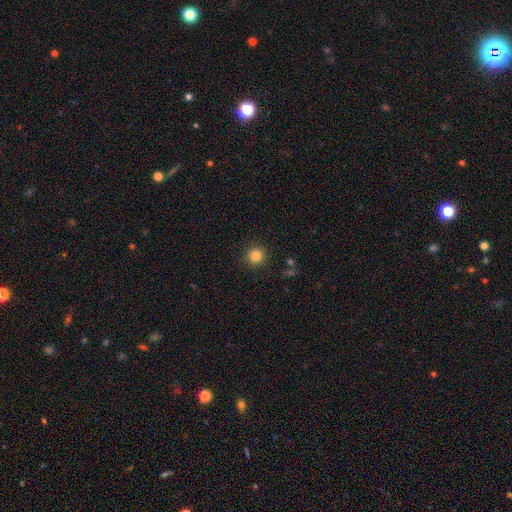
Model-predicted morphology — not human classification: smooth_or_featured: smooth (p=0.84) [alt: star or artifact p=0.11]
how_rounded: round (p=0.93) [alt: in between p=0.06]
merging: none (p=0.90) [alt: minor disturbance p=0.06]